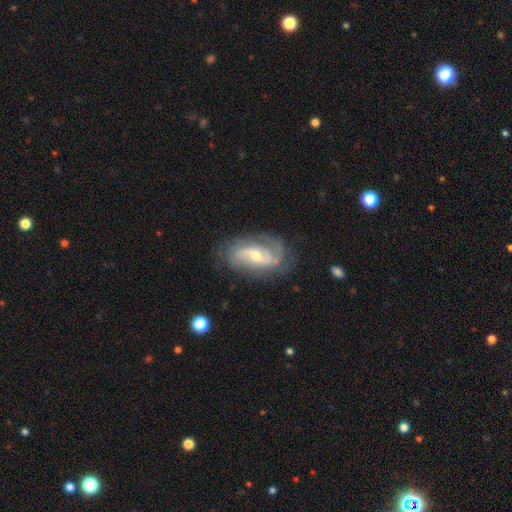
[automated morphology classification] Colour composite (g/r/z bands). It shows a featured or disk galaxy (85%) with a weak bar (43%), 2 (61%) medium (43%) spiral arms (94%) and a moderate central bulge (51%). Merging: none (72%).